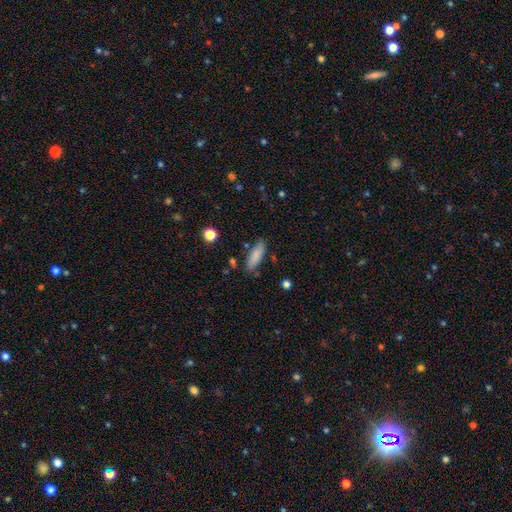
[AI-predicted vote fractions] Smooth or featured? smooth (84%)
How rounded? in between (54%)
Merging? none (80%)